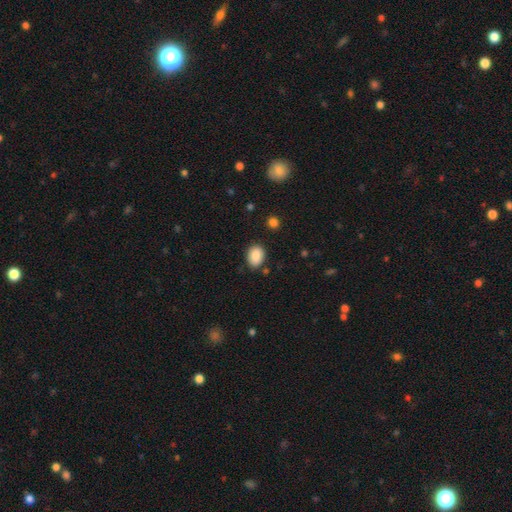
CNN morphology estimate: A smooth galaxy with no disk features (88%) that is in between round and cigar-shaped (72%). Merging: none (81%).